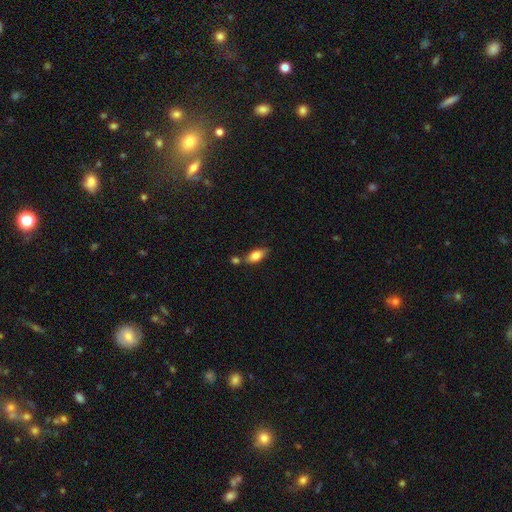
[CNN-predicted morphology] smooth-or-featured: smooth: 81% | featured or disk: 12% | star or artifact: 7%
  how-rounded: in between: 86% | cigar-shaped: 11% | round: 4%
  merging: none: 63% | merger: 19% | minor disturbance: 15% | major disturbance: 4%